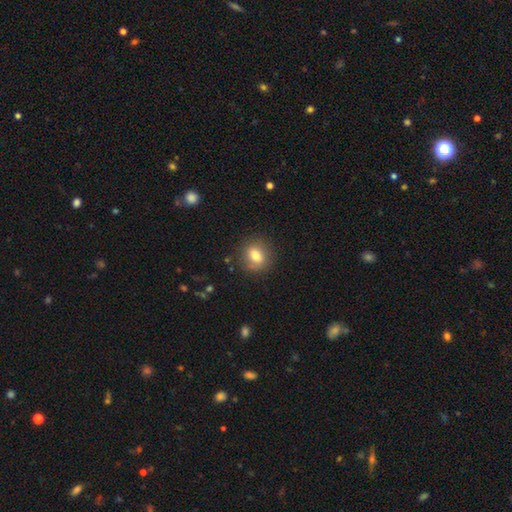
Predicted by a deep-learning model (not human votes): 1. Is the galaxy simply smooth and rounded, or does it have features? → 78% smooth, 12% featured or disk, 10% star or artifact.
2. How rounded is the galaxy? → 64% round, 35% in between, 1% cigar-shaped.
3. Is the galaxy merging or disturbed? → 84% none, 11% minor disturbance, 3% major disturbance, 2% merger.